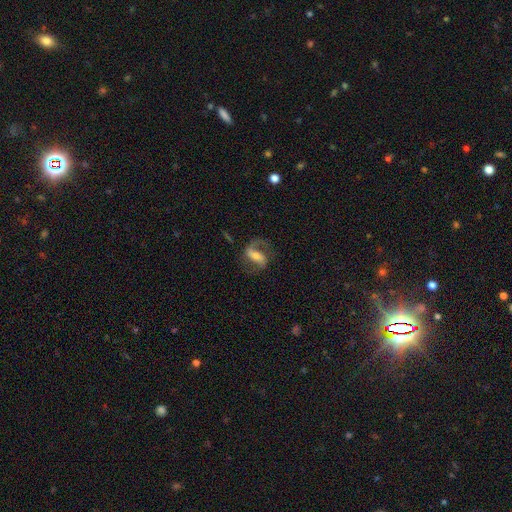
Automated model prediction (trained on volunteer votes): Smooth or featured? Predicted: featured or disk (p=0.83). Edge-on disk? Predicted: no (p=0.96). Bar? Predicted: strong (p=0.48). Spiral arms? Predicted: yes (p=0.95). Spiral winding? Predicted: medium (p=0.47). Spiral arm count? Predicted: 2 (p=0.87). Bulge size? Predicted: small (p=0.42). Merging? Predicted: none (p=0.71).